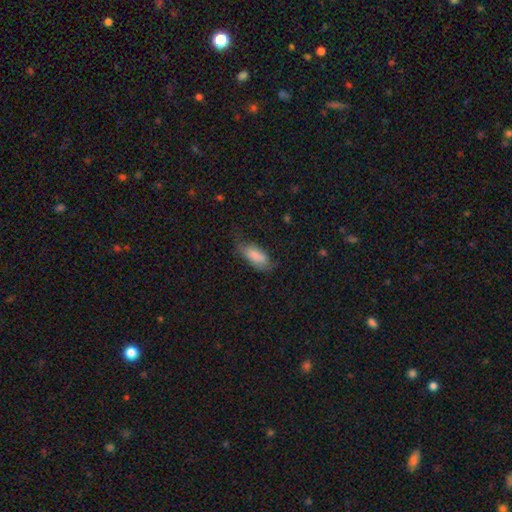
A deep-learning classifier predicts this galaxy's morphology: A smooth galaxy with no disk features (80%) that is in between round and cigar-shaped (84%).

Vote fractions:
- Smooth or featured? smooth: 80% / featured or disk: 13% / star or artifact: 7%
- How rounded? in between: 84% / cigar-shaped: 14% / round: 2%
- Merging? none: 46% / minor disturbance: 34% / major disturbance: 18% / merger: 2%